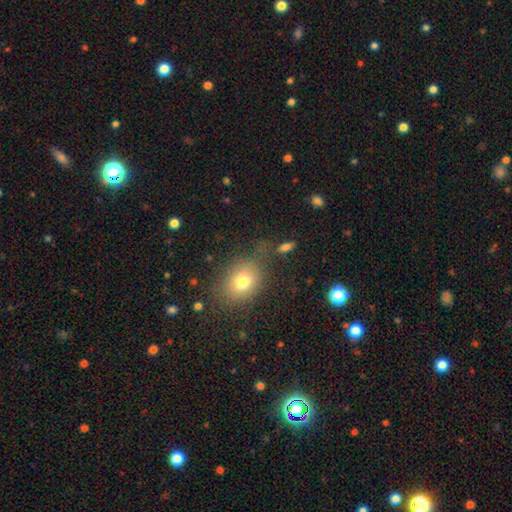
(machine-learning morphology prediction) Smooth or featured: smooth — 68% (star or artifact — 21%)
How rounded: in between — 50% (round — 48%)
Merging: none — 79% (minor disturbance — 13%)